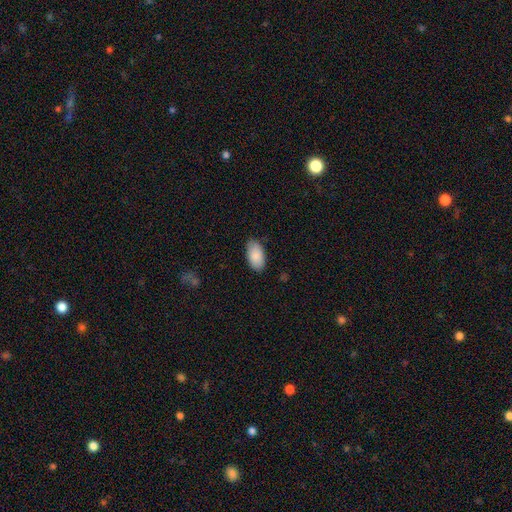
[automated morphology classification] smooth_or_featured: smooth (p=0.89) [alt: star or artifact p=0.06]
how_rounded: in between (p=0.95) [alt: round p=0.03]
merging: none (p=0.85) [alt: minor disturbance p=0.11]